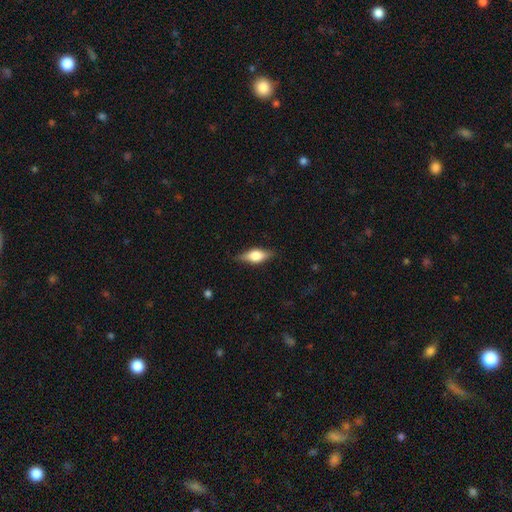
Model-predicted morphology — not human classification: A smooth galaxy with no disk features (50%).

Vote fractions:
- Smooth or featured? smooth: 50% / featured or disk: 43% / star or artifact: 7%
- Merging? none: 83% / minor disturbance: 13% / major disturbance: 3% / merger: 1%